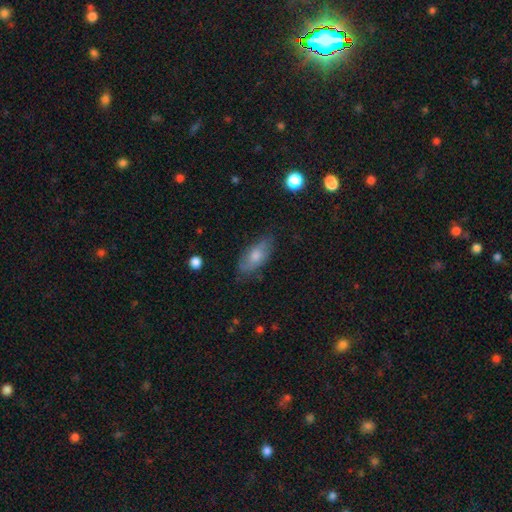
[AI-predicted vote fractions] Smooth or featured? smooth (60%)
How rounded? in between (84%)
Merging? none (75%)